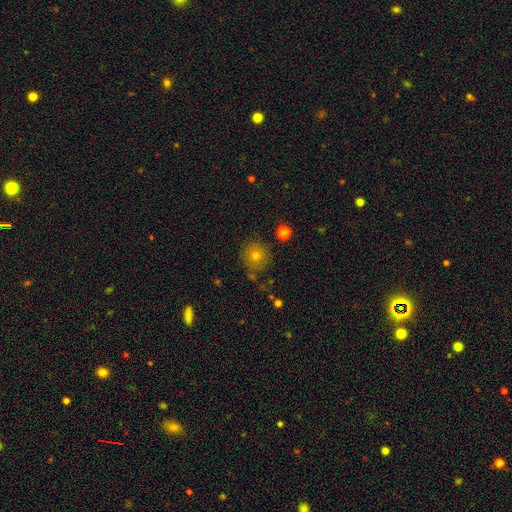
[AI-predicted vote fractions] smooth_or_featured: smooth (p=0.72) [alt: star or artifact p=0.16]
how_rounded: round (p=0.92) [alt: in between p=0.07]
merging: none (p=0.82) [alt: minor disturbance p=0.11]